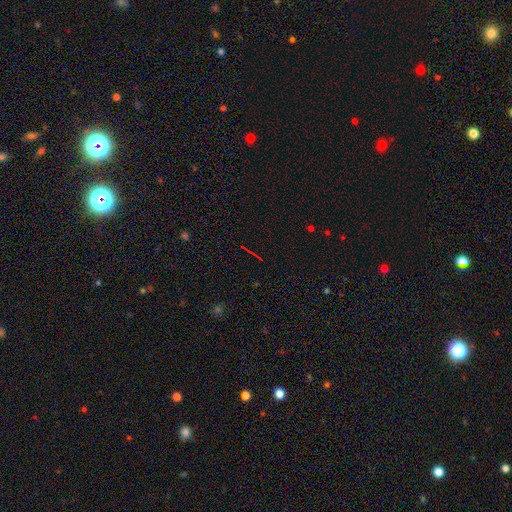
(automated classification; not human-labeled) Overall: star or artifact (69%).